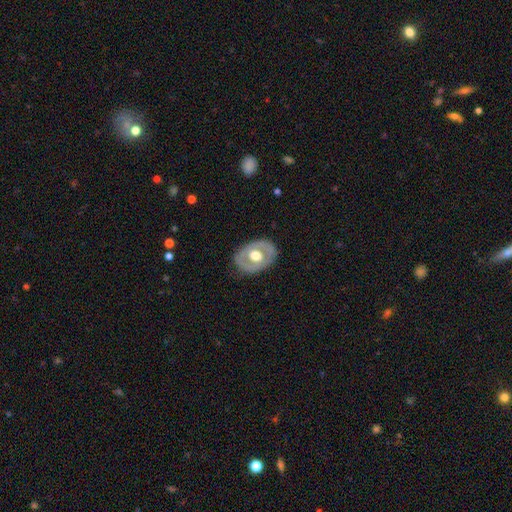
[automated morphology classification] Q: Smooth or featured?
A: featured or disk (56%); runner-up: smooth (39%)
Q: Edge-on disk?
A: no (90%); runner-up: yes (10%)
Q: Bar?
A: no (83%); runner-up: weak (13%)
Q: Spiral arms?
A: no (86%); runner-up: yes (14%)
Q: Bulge size?
A: moderate (55%); runner-up: large (39%)
Q: Merging?
A: none (81%); runner-up: minor disturbance (14%)